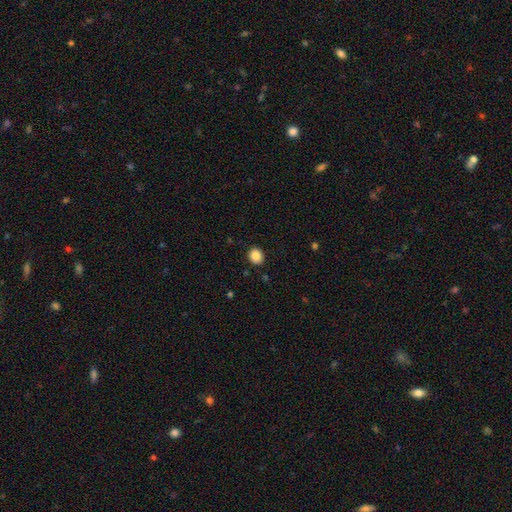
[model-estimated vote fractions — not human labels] Morphology: type=smooth (87%); roundness=round (68%); merging=none (89%).